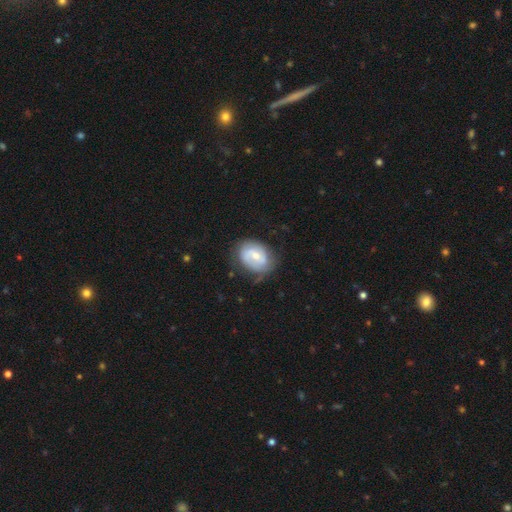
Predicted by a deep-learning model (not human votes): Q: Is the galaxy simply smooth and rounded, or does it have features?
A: featured or disk — 61%.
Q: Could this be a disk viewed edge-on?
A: no — 97%.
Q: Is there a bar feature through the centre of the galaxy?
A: weak — 47%.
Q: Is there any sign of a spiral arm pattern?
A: yes — 79%.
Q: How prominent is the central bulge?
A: moderate — 51%.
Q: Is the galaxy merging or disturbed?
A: none — 67%.